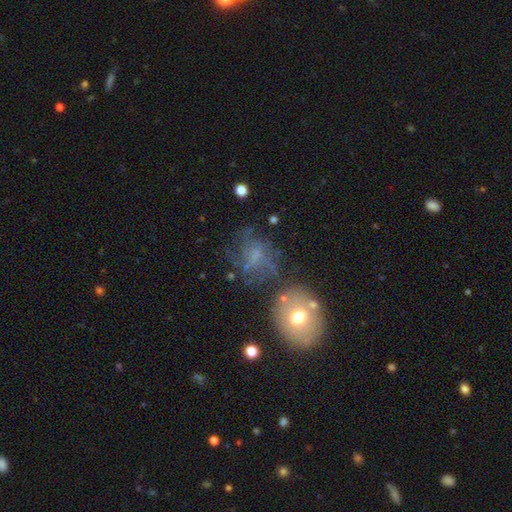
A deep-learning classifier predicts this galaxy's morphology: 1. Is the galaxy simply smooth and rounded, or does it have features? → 46% featured or disk, 33% smooth, 21% star or artifact.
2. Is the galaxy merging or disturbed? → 51% none, 22% major disturbance, 20% minor disturbance, 6% merger.